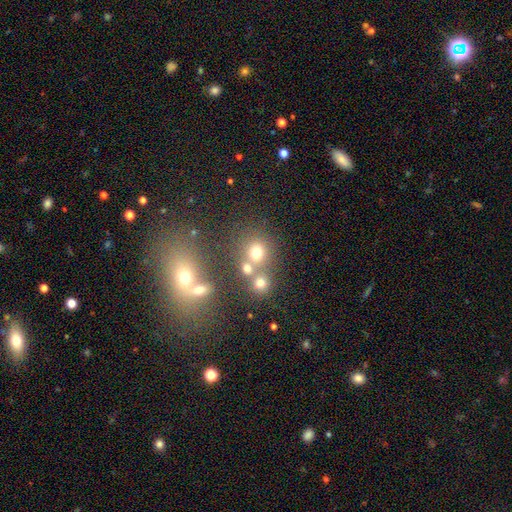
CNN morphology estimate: A smooth galaxy with no disk features (57%) that is round (77%). Merging: none (50%).